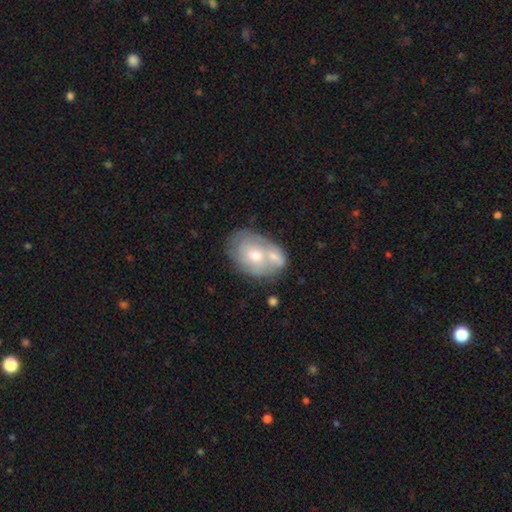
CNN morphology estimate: type=smooth (47%); merging=merger (49%).